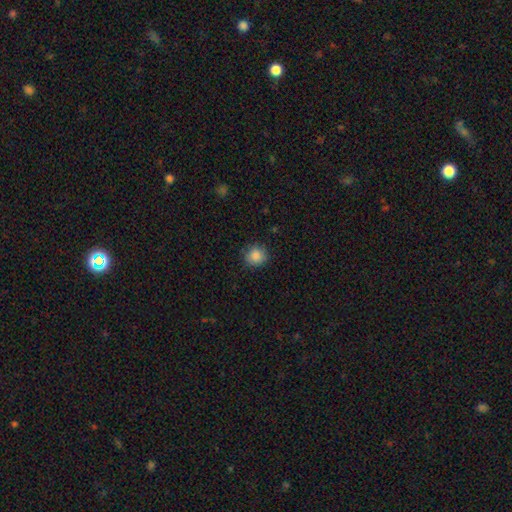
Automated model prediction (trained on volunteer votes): smooth_or_featured: smooth (p=0.87) [alt: star or artifact p=0.10]
how_rounded: round (p=0.90) [alt: in between p=0.09]
merging: none (p=0.85) [alt: minor disturbance p=0.11]